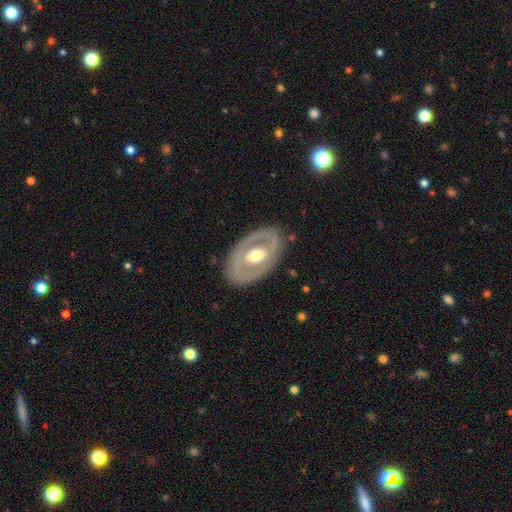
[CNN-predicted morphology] Q: Smooth or featured?
A: featured or disk (68%); runner-up: smooth (28%)
Q: Edge-on disk?
A: no (92%); runner-up: yes (8%)
Q: Bar?
A: no (62%); runner-up: weak (26%)
Q: Spiral arms?
A: no (76%); runner-up: yes (24%)
Q: Bulge size?
A: moderate (70%); runner-up: large (19%)
Q: Merging?
A: none (81%); runner-up: minor disturbance (13%)